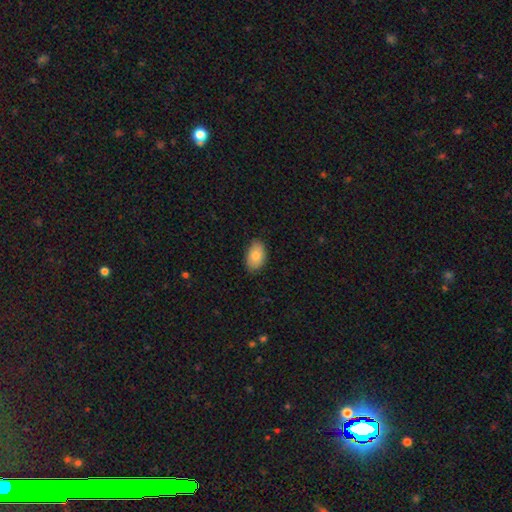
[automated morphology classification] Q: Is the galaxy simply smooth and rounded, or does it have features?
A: smooth — 83%.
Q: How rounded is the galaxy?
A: in between — 92%.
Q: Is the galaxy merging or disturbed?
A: none — 85%.